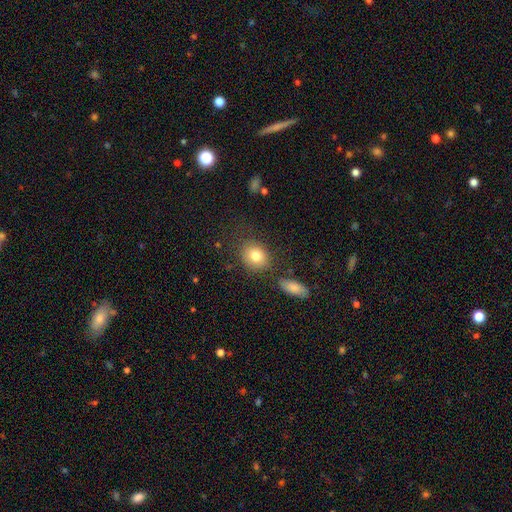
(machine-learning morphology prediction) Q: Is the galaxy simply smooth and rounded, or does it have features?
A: smooth — 80%.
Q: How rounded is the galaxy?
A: round — 56%.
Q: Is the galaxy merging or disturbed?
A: none — 76%.